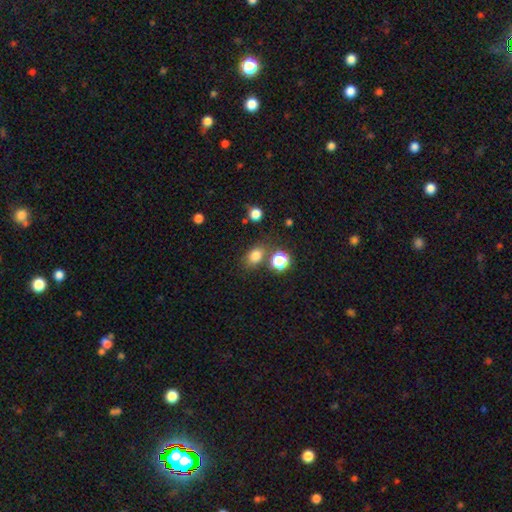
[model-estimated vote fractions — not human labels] Morphology: type=smooth (78%); roundness=in between (60%); merging=none (72%).